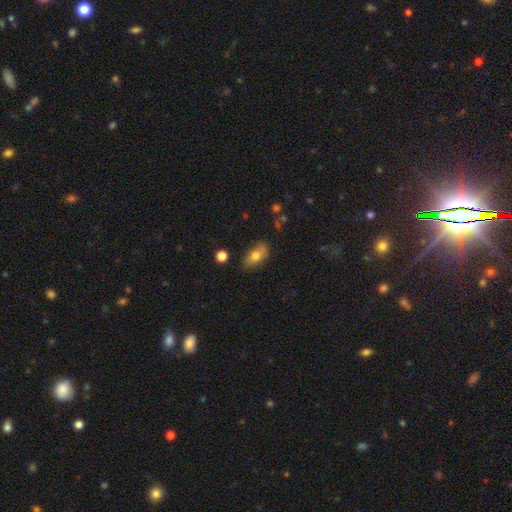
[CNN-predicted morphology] A smooth galaxy with no disk features (74%) that is in between round and cigar-shaped (86%).

Vote fractions:
- Smooth or featured? smooth: 74% / featured or disk: 18% / star or artifact: 8%
- How rounded? in between: 86% / cigar-shaped: 7% / round: 6%
- Merging? none: 73% / minor disturbance: 20% / major disturbance: 5% / merger: 3%